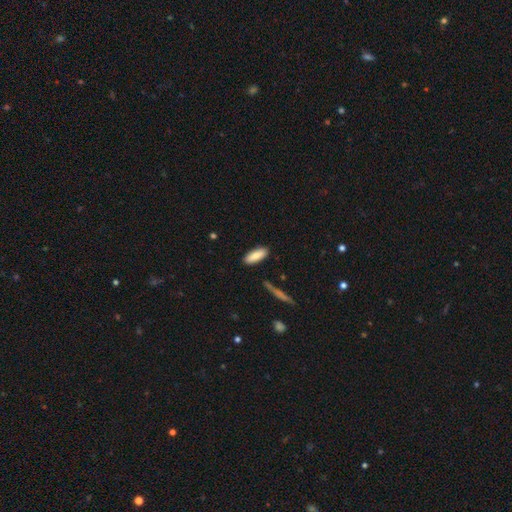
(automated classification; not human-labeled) smooth_or_featured: smooth (p=0.84) [alt: featured or disk p=0.10]
how_rounded: in between (p=0.70) [alt: cigar-shaped p=0.28]
merging: none (p=0.87) [alt: minor disturbance p=0.09]